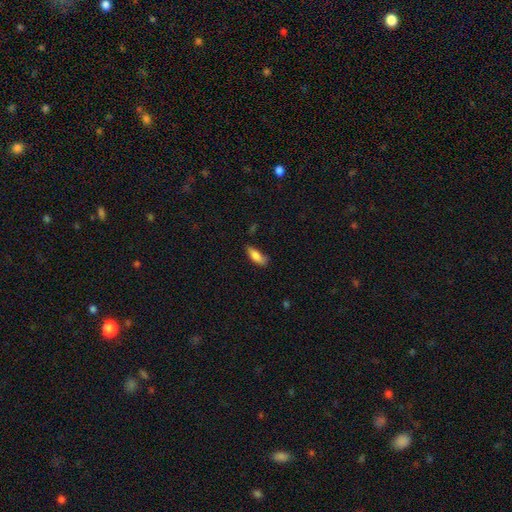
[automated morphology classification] Smooth or featured?
  - smooth: 81% *
  - featured or disk: 12%
  - star or artifact: 7%
How rounded?
  - in between: 64% *
  - cigar-shaped: 34%
  - round: 2%
Merging?
  - none: 65% *
  - minor disturbance: 27%
  - major disturbance: 6%
  - merger: 3%